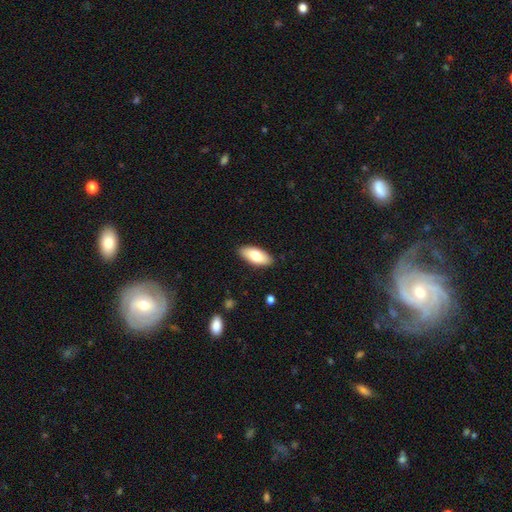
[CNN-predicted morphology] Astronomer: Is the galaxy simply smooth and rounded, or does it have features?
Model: smooth — 78%.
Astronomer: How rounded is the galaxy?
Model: in between — 88%.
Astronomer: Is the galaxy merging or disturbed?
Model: none — 88%.